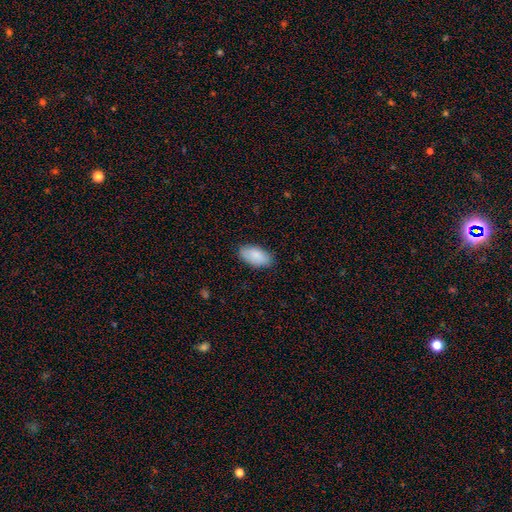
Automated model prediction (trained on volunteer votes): smooth_or_featured: smooth (p=0.88) [alt: featured or disk p=0.06]
how_rounded: in between (p=0.94) [alt: cigar-shaped p=0.03]
merging: none (p=0.84) [alt: minor disturbance p=0.13]